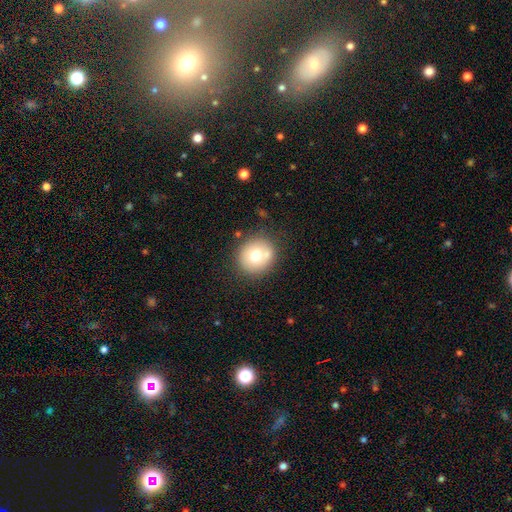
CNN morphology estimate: Smooth or featured?
  - smooth: 69% *
  - featured or disk: 21%
  - star or artifact: 10%
How rounded?
  - round: 88% *
  - in between: 12%
  - cigar-shaped: 1%
Merging?
  - none: 74% *
  - minor disturbance: 13%
  - merger: 9%
  - major disturbance: 4%